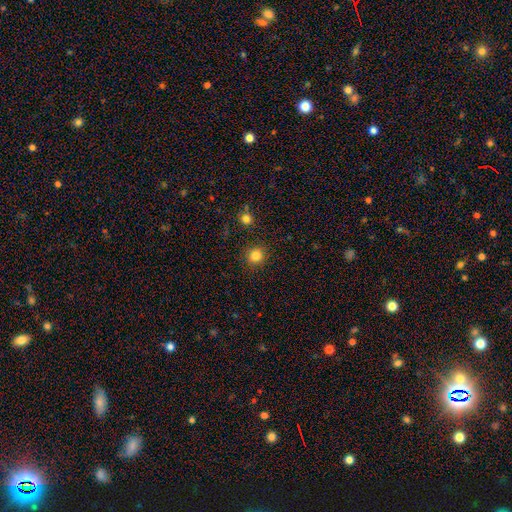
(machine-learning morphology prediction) Smooth or featured: smooth — 83% (star or artifact — 12%)
How rounded: round — 92% (in between — 7%)
Merging: none — 90% (minor disturbance — 6%)